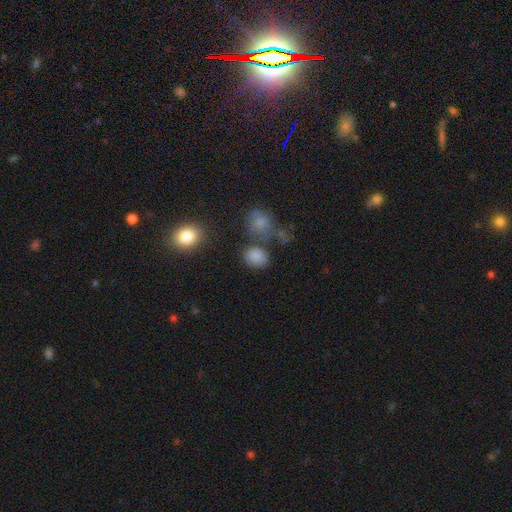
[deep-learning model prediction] The model was most divided on "how rounded": round: 55%, in between: 43%, cigar-shaped: 1%. More confident: smooth or featured — smooth (82%); merging — none (66%).